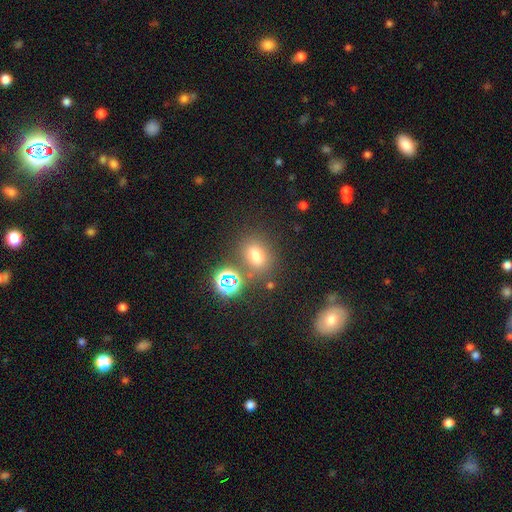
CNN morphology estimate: Smooth or featured? Predicted: smooth (p=0.67). How rounded? Predicted: round (p=0.52). Merging? Predicted: none (p=0.73).